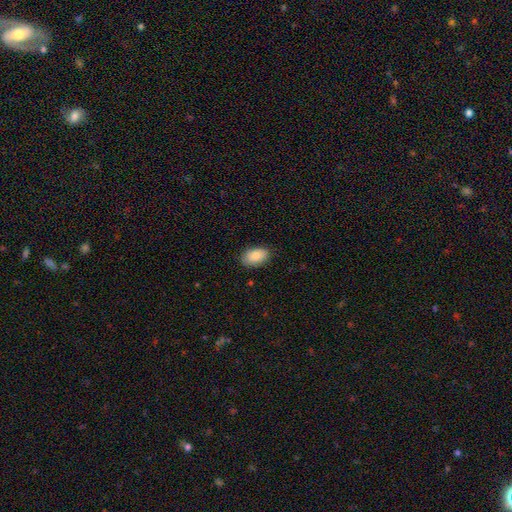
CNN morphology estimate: Smooth or featured: smooth — 87% (star or artifact — 7%)
How rounded: in between — 93% (round — 6%)
Merging: none — 84% (minor disturbance — 12%)